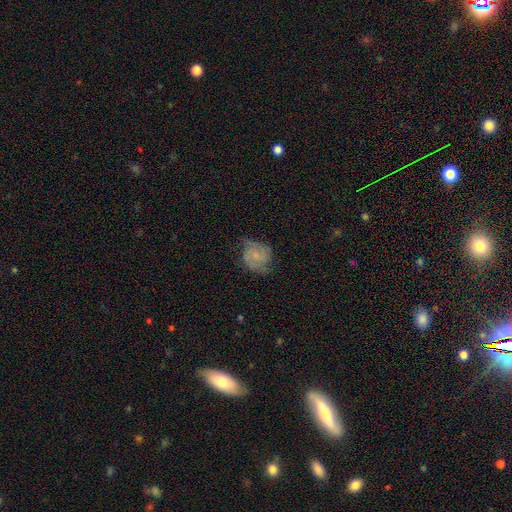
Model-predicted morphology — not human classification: This is possibly a featured or disk galaxy (55%). It is clearly not viewed edge-on (98%). Bar: likely no (71%). Spiral arm pattern: clearly yes (86%). Central bulge: possibly small (59%). Merging: possibly none (55%).